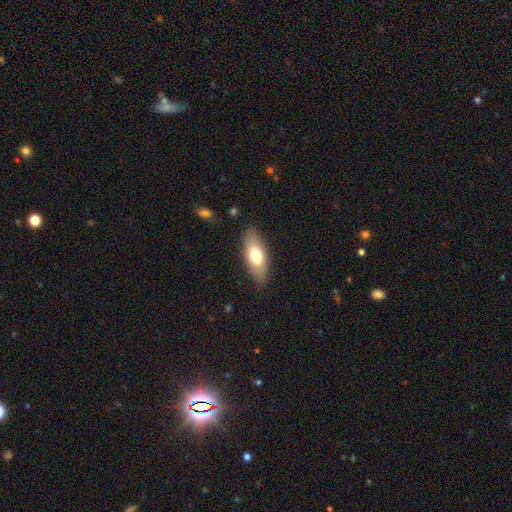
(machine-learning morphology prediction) Overall: smooth (70%). How rounded: in between (79%). Merging: none (84%).